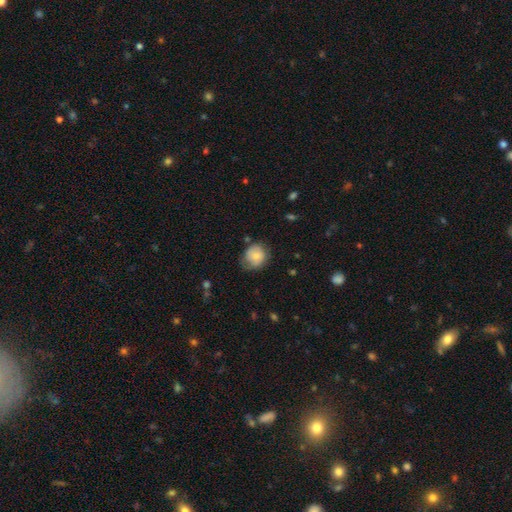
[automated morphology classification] This appears to be a smooth galaxy with no disk features (72%) that is round (77%). Merging: none (57%).